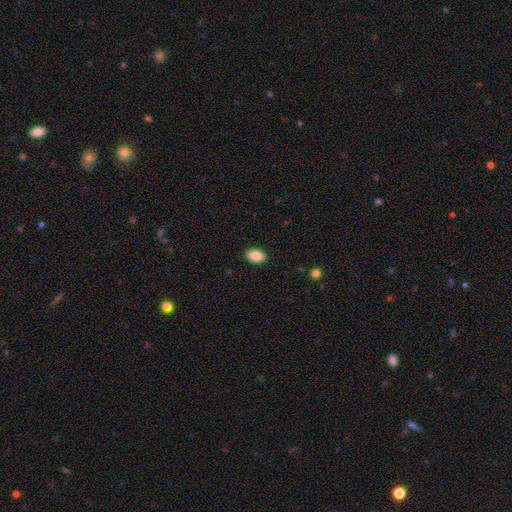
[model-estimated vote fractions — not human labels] The model was most divided on "how rounded": in between: 88%, round: 11%, cigar-shaped: 1%. More confident: merging — none (89%); smooth or featured — smooth (88%).